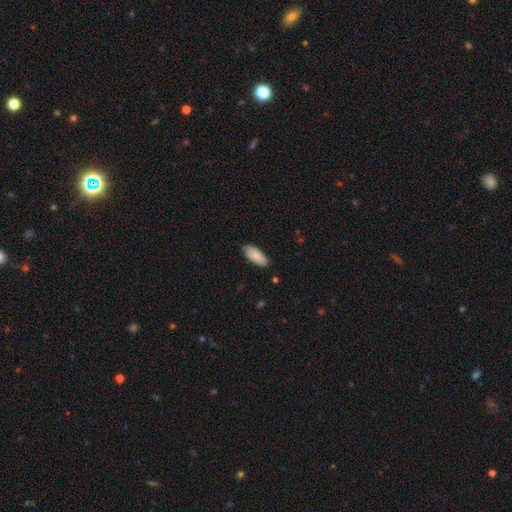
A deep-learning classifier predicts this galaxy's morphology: Smooth or featured: smooth — 87% (featured or disk — 8%)
How rounded: in between — 87% (cigar-shaped — 12%)
Merging: none — 86% (minor disturbance — 11%)